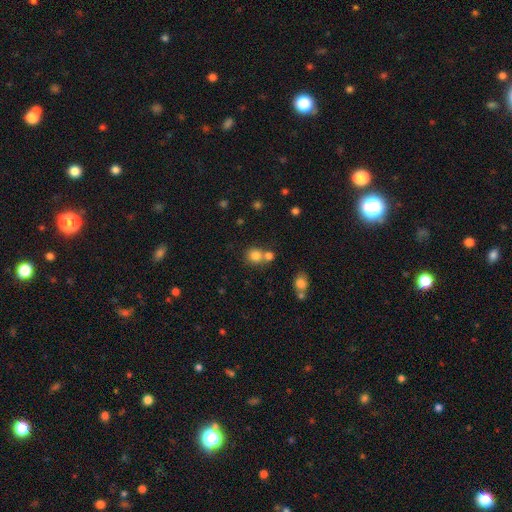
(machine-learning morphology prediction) The model was most divided on "merging": none: 55%, merger: 33%, minor disturbance: 8%, major disturbance: 3%. More confident: how rounded — round (86%); smooth or featured — smooth (81%).